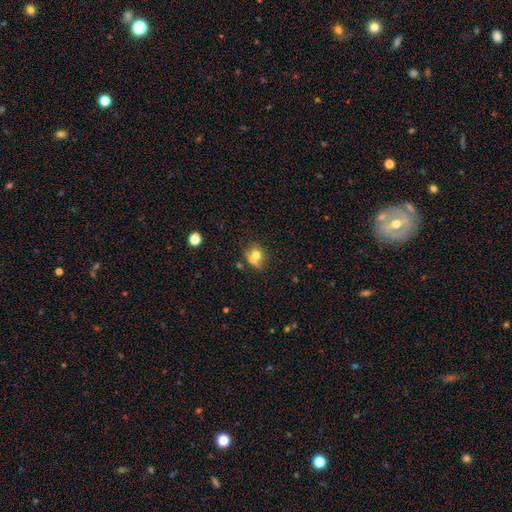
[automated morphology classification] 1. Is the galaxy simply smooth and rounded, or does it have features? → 70% smooth, 18% featured or disk, 12% star or artifact.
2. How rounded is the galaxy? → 69% round, 29% in between, 2% cigar-shaped.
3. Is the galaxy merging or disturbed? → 43% none, 29% merger, 18% minor disturbance, 10% major disturbance.